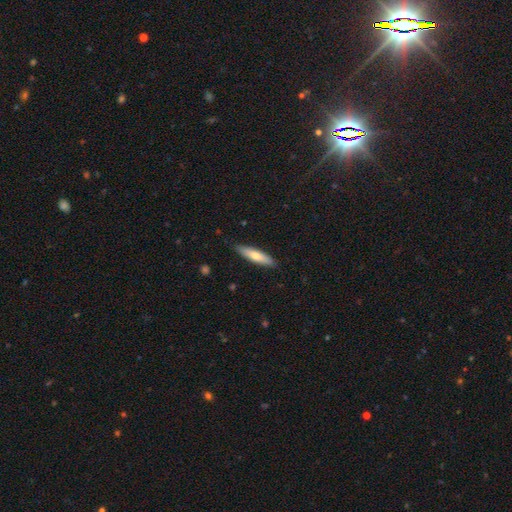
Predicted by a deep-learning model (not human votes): Overall: smooth (67%; featured or disk 28%). How rounded: cigar-shaped (74%). Merging: none (88%).